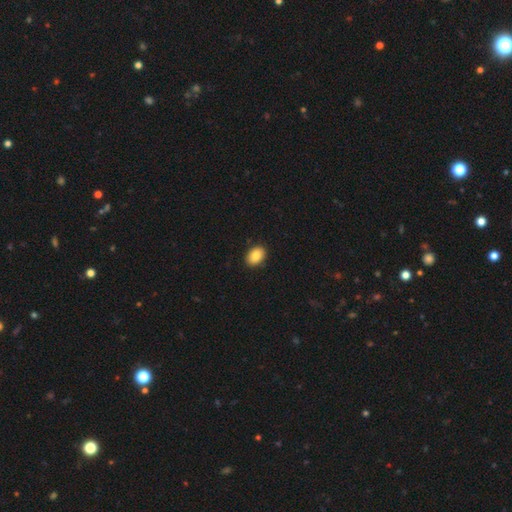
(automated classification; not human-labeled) A smooth galaxy with no disk features (87%) that is in between round and cigar-shaped (80%).

Vote fractions:
- Smooth or featured? smooth: 87% / star or artifact: 8% / featured or disk: 6%
- How rounded? in between: 80% / round: 19% / cigar-shaped: 1%
- Merging? none: 91% / minor disturbance: 7% / major disturbance: 2% / merger: 1%